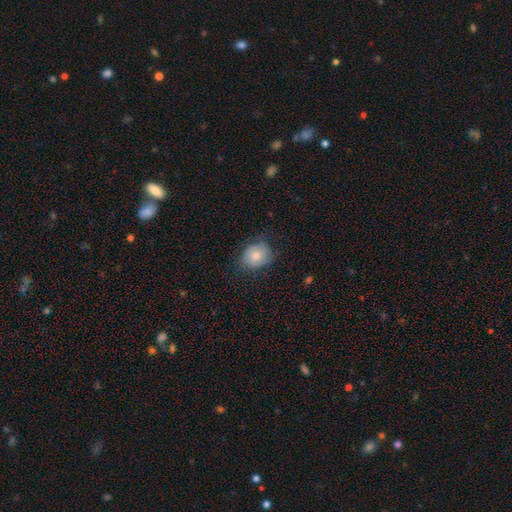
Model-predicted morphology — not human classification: Smooth or featured? Predicted: smooth (p=0.75). How rounded? Predicted: round (p=0.54). Merging? Predicted: none (p=0.66).